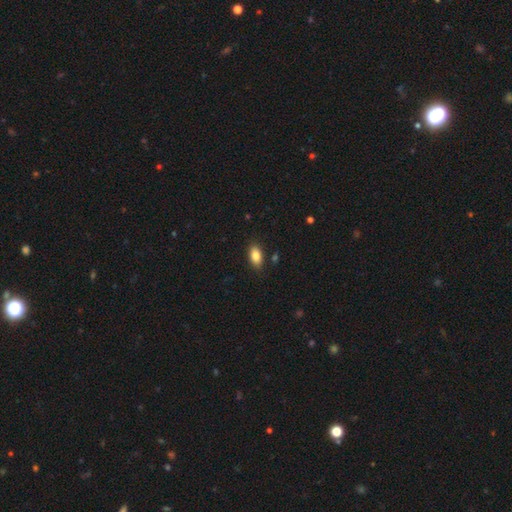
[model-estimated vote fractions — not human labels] smooth-or-featured: smooth: 85% | star or artifact: 8% | featured or disk: 7%
  how-rounded: in between: 90% | round: 6% | cigar-shaped: 4%
  merging: none: 85% | minor disturbance: 11% | major disturbance: 2% | merger: 2%